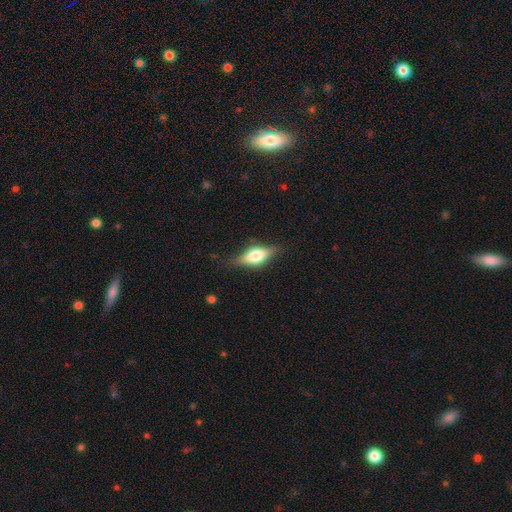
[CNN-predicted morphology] Smooth or featured: featured or disk — 49% (smooth — 43%)
Merging: none — 77% (minor disturbance — 16%)